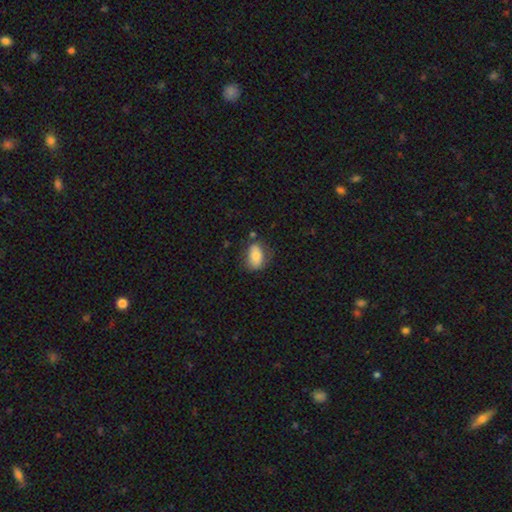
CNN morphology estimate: Smooth or featured? Predicted: smooth (p=0.78). How rounded? Predicted: in between (p=0.87). Merging? Predicted: none (p=0.61).